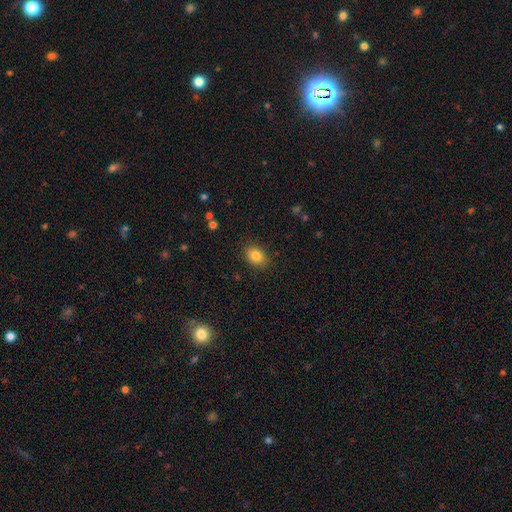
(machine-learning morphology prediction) Smooth or featured?
  - smooth: 84% *
  - star or artifact: 9%
  - featured or disk: 7%
How rounded?
  - in between: 71% *
  - round: 28%
  - cigar-shaped: 1%
Merging?
  - none: 87% *
  - minor disturbance: 9%
  - major disturbance: 3%
  - merger: 1%